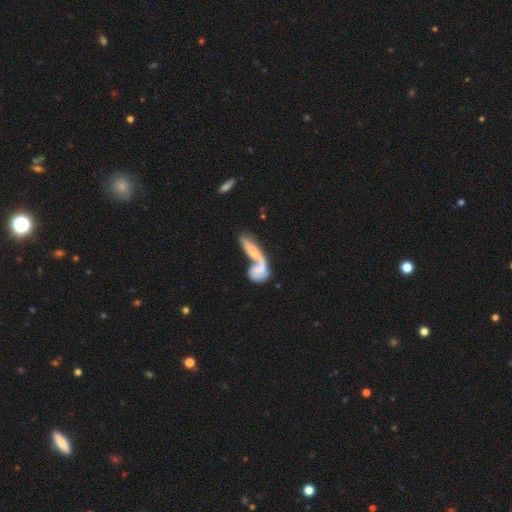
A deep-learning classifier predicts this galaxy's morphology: Smooth or featured? Predicted: featured or disk (p=0.54). Edge-on disk? Predicted: no (p=0.72). Merging? Predicted: merger (p=0.66).